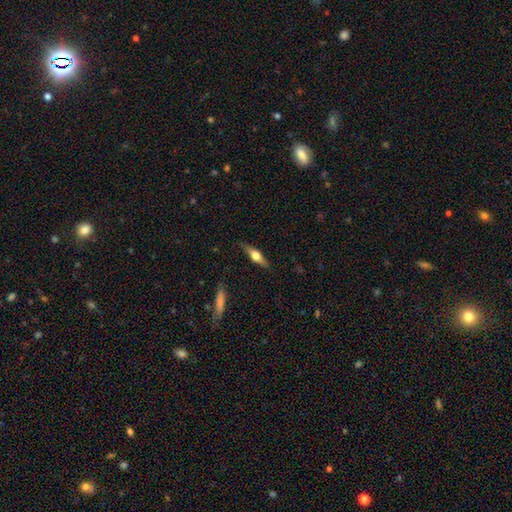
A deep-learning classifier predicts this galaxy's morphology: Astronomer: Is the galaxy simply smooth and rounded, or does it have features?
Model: featured or disk — 60%.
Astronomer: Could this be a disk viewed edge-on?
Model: yes — 95%.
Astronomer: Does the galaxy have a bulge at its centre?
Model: rounded — 93%.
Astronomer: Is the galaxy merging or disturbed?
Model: none — 86%.